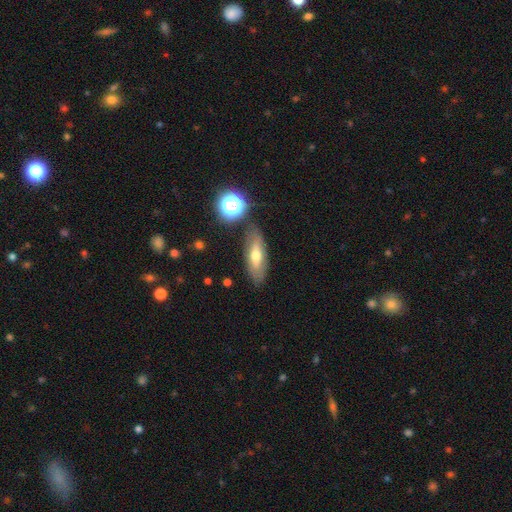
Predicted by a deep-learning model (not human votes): Smooth or featured? Predicted: smooth (p=0.54). How rounded? Predicted: in between (p=0.64). Merging? Predicted: none (p=0.77).